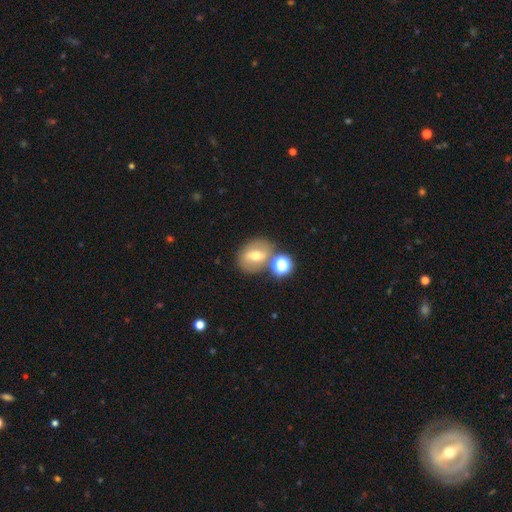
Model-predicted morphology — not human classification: Smooth or featured?
  - smooth: 51% *
  - featured or disk: 36%
  - star or artifact: 13%
How rounded?
  - round: 53% *
  - in between: 46%
  - cigar-shaped: 1%
Merging?
  - none: 65% *
  - merger: 18%
  - minor disturbance: 13%
  - major disturbance: 5%